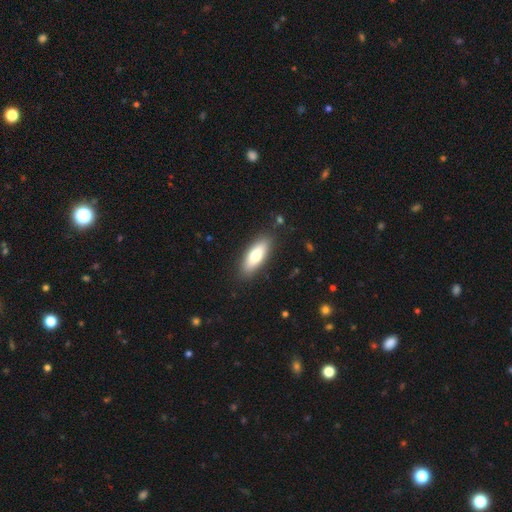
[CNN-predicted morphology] smooth_or_featured: smooth (p=0.71) [alt: featured or disk p=0.23]
how_rounded: in between (p=0.71) [alt: cigar-shaped p=0.27]
merging: none (p=0.87) [alt: minor disturbance p=0.09]